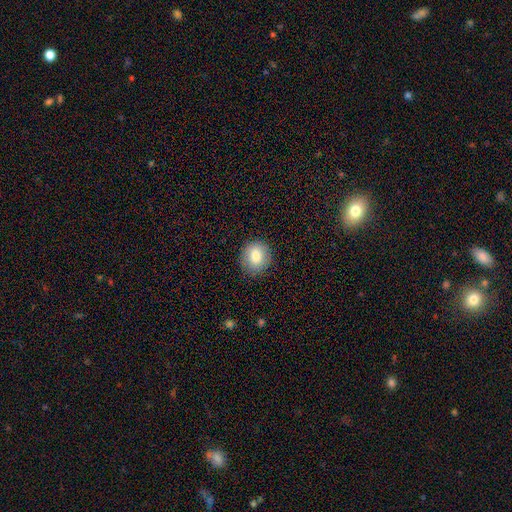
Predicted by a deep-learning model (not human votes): Q: Smooth or featured?
A: smooth (81%); runner-up: featured or disk (11%)
Q: How rounded?
A: round (84%); runner-up: in between (15%)
Q: Merging?
A: none (88%); runner-up: minor disturbance (9%)